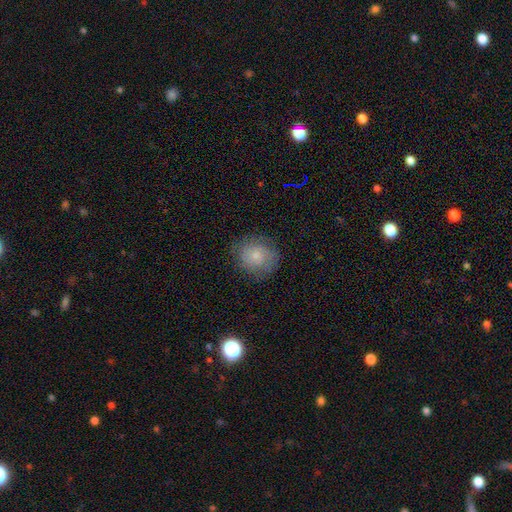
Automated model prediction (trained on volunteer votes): Smooth or featured? Predicted: smooth (p=0.61). How rounded? Predicted: round (p=0.77). Merging? Predicted: none (p=0.76).